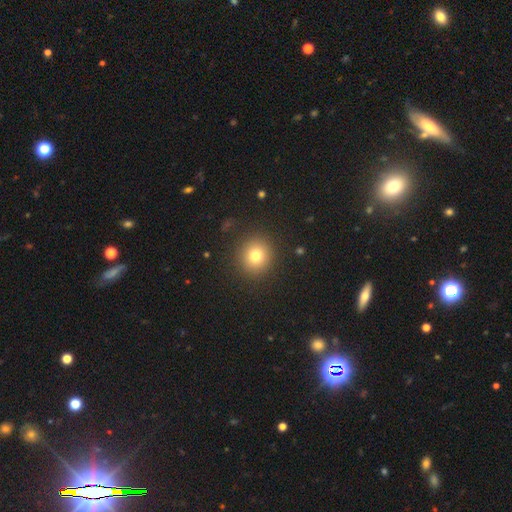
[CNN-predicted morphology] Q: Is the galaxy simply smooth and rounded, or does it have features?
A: smooth — 79%.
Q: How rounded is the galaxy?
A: round — 91%.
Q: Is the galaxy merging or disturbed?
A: none — 90%.